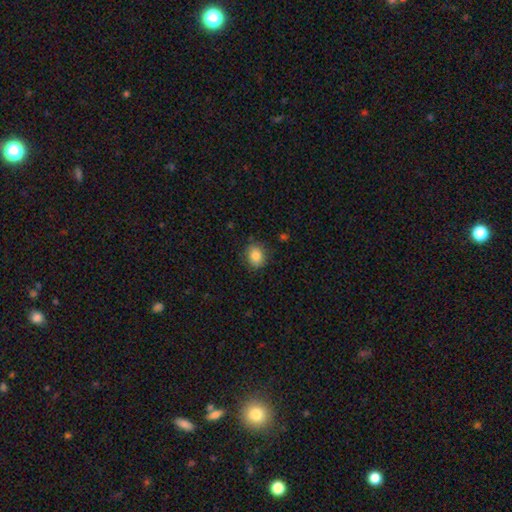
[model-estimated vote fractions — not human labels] Smooth or featured? Predicted: smooth (p=0.83). How rounded? Predicted: round (p=0.62). Merging? Predicted: none (p=0.82).